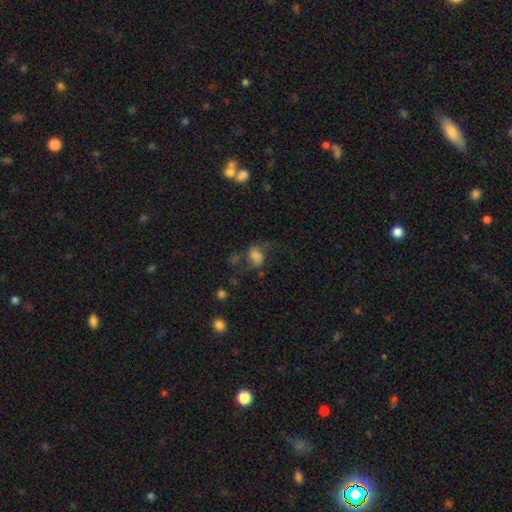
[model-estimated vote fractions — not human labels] Morphology: type=smooth (57%); roundness=in between (73%); merging=none (40%).